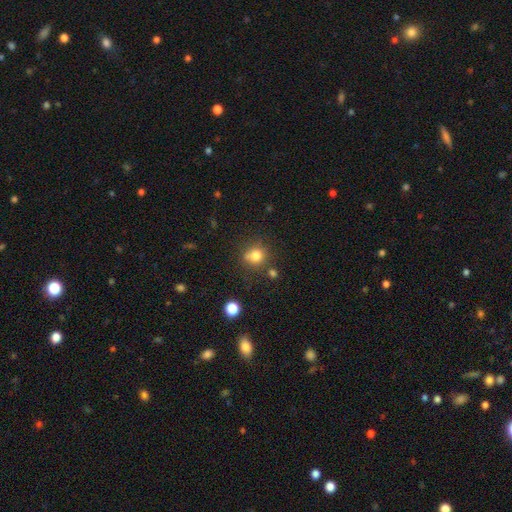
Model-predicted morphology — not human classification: The model was most divided on "merging": none: 70%, minor disturbance: 13%, merger: 13%, major disturbance: 4%. More confident: how rounded — round (87%); smooth or featured — smooth (78%).